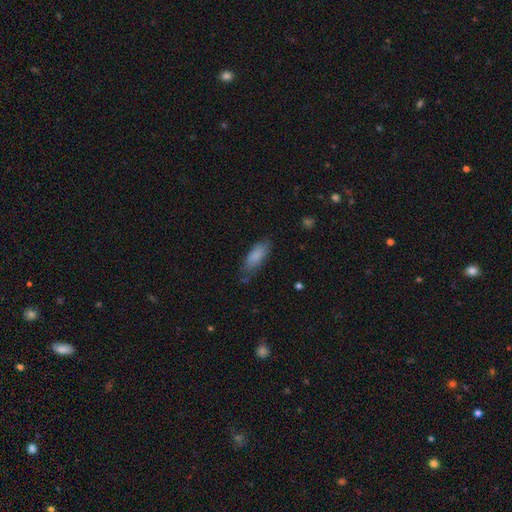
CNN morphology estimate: type=smooth (83%); roundness=in between (74%); merging=none (65%).